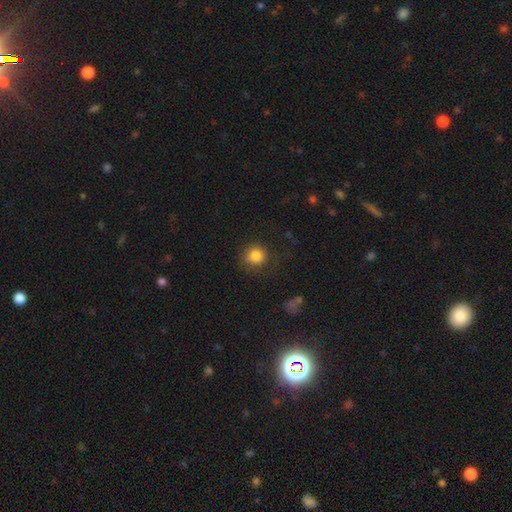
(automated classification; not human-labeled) smooth-or-featured: smooth: 84% | star or artifact: 10% | featured or disk: 7%
  how-rounded: round: 89% | in between: 10% | cigar-shaped: 1%
  merging: none: 71% | minor disturbance: 17% | major disturbance: 11% | merger: 2%